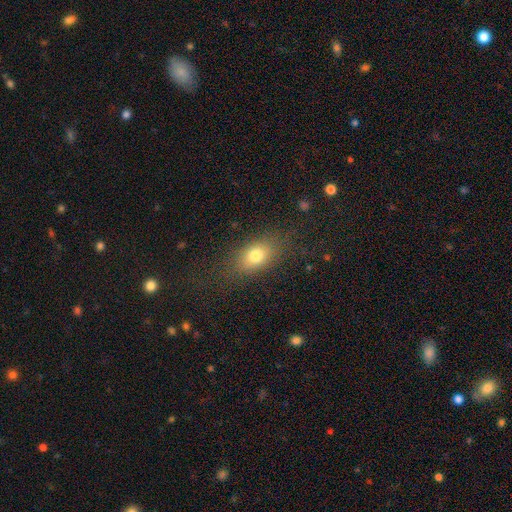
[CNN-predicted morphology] A smooth galaxy with no disk features (76%) that is in between round and cigar-shaped (78%). Merging: none (76%).